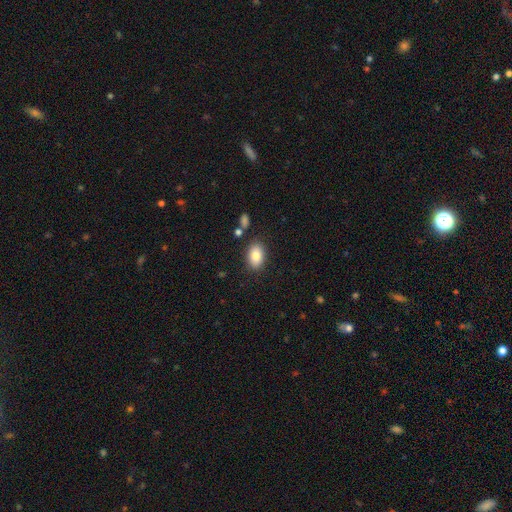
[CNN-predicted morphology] Q: Smooth or featured?
A: smooth (83%); runner-up: featured or disk (9%)
Q: How rounded?
A: in between (87%); runner-up: round (12%)
Q: Merging?
A: none (84%); runner-up: minor disturbance (10%)